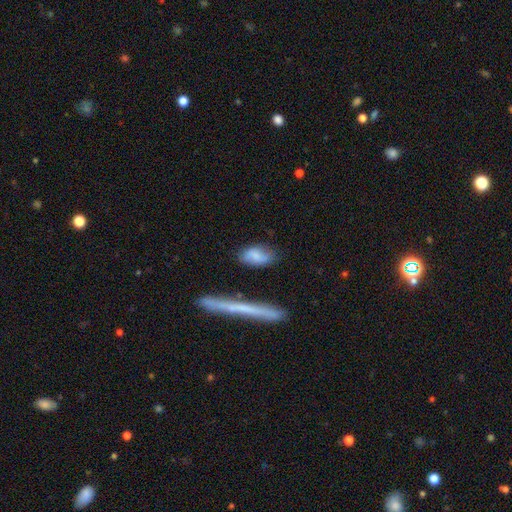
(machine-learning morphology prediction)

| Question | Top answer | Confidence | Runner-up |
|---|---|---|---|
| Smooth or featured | smooth | 68% | featured or disk (25%) |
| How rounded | in between | 85% | round (7%) |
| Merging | none | 70% | minor disturbance (20%) |